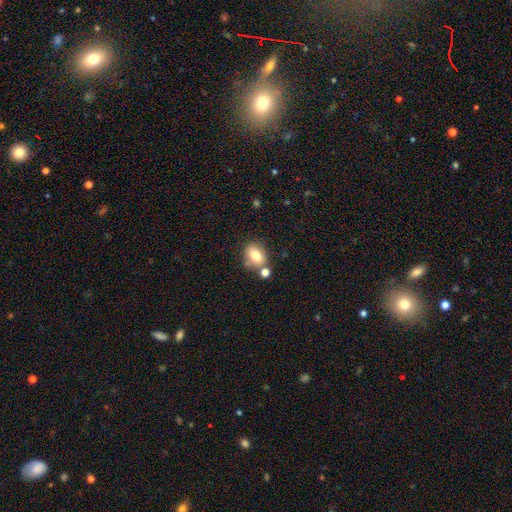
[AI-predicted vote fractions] A smooth galaxy with no disk features (76%) that is in between round and cigar-shaped (63%). Merging: none (64%).